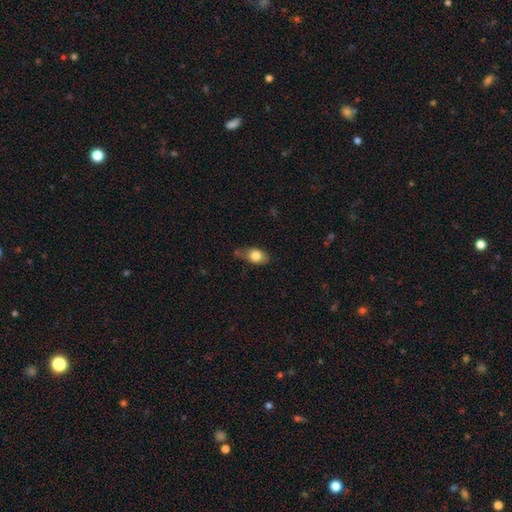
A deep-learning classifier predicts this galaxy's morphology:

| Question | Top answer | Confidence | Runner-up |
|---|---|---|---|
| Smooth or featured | smooth | 78% | featured or disk (14%) |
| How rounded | in between | 80% | round (16%) |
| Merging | none | 55% | minor disturbance (31%) |